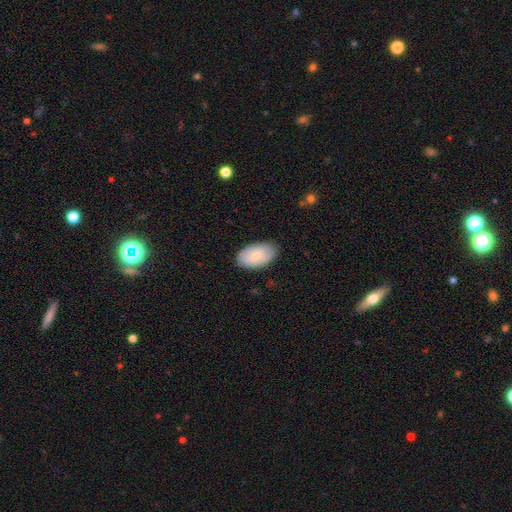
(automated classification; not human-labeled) A smooth galaxy with no disk features (79%) that is in between round and cigar-shaped (95%).

Vote fractions:
- Smooth or featured? smooth: 79% / featured or disk: 16% / star or artifact: 6%
- How rounded? in between: 95% / round: 3% / cigar-shaped: 2%
- Merging? none: 84% / minor disturbance: 13% / major disturbance: 2% / merger: 1%